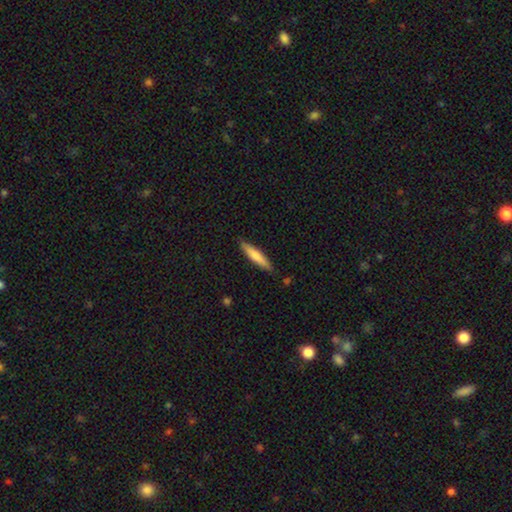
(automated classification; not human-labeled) This is likely a smooth galaxy (74%). How rounded: clearly cigar-shaped (89%). Merging: clearly none (87%).